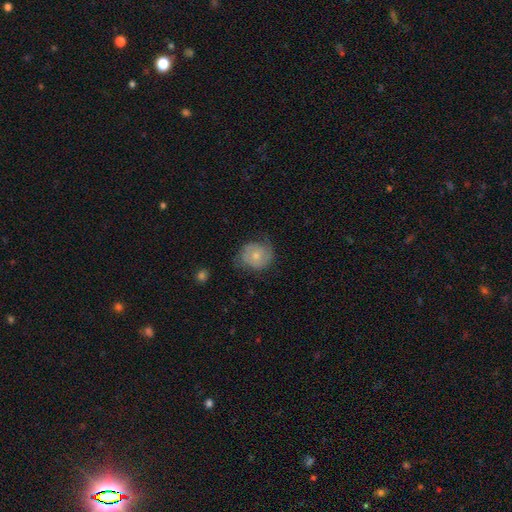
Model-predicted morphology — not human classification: Smooth or featured?
  - smooth: 51% *
  - featured or disk: 41%
  - star or artifact: 7%
How rounded?
  - round: 72% *
  - in between: 27%
  - cigar-shaped: 1%
Merging?
  - none: 61% *
  - minor disturbance: 28%
  - major disturbance: 10%
  - merger: 1%